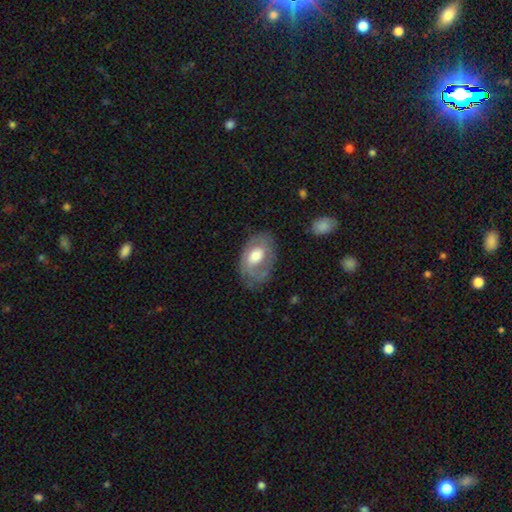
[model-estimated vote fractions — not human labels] A featured or disk galaxy (59%) with no bar (65%), spiral arms (65%) and a moderate central bulge (62%). Merging: none (60%).